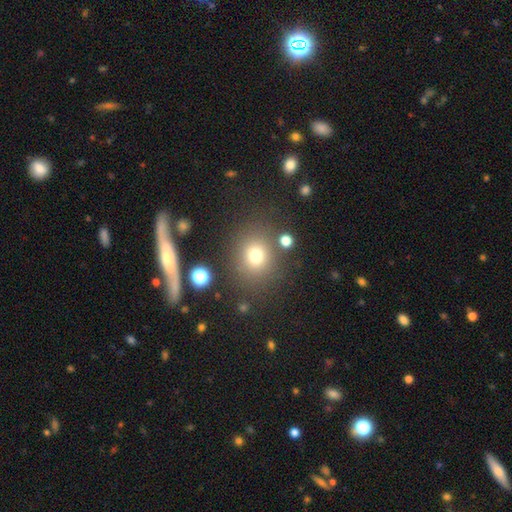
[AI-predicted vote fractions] The model was most divided on "how rounded": round: 72%, in between: 27%, cigar-shaped: 1%. More confident: merging — none (76%); smooth or featured — smooth (73%).